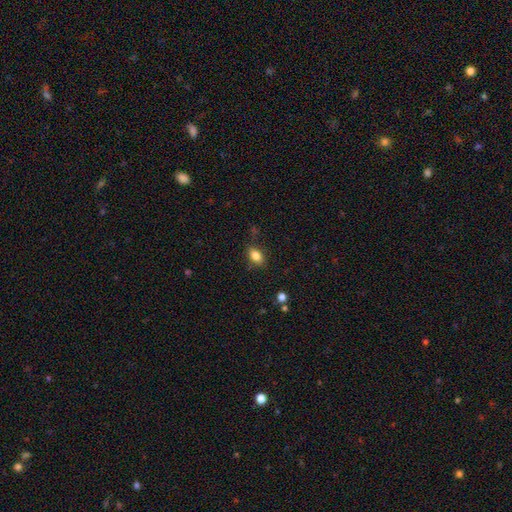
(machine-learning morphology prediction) Smooth or featured: smooth — 83% (star or artifact — 10%)
How rounded: in between — 84% (round — 14%)
Merging: none — 82% (minor disturbance — 13%)